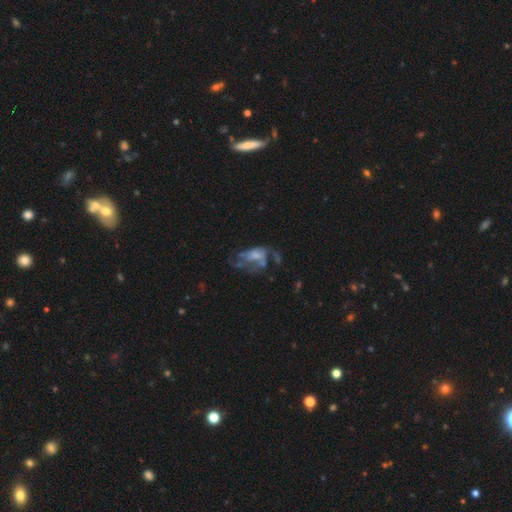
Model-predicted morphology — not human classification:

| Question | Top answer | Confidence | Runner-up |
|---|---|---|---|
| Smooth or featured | featured or disk | 63% | smooth (26%) |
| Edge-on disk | no | 97% | yes (3%) |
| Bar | no | 72% | weak (23%) |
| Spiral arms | yes | 54% | no (46%) |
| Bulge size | small | 33% | none (29%) |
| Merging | major disturbance | 47% | none (26%) |